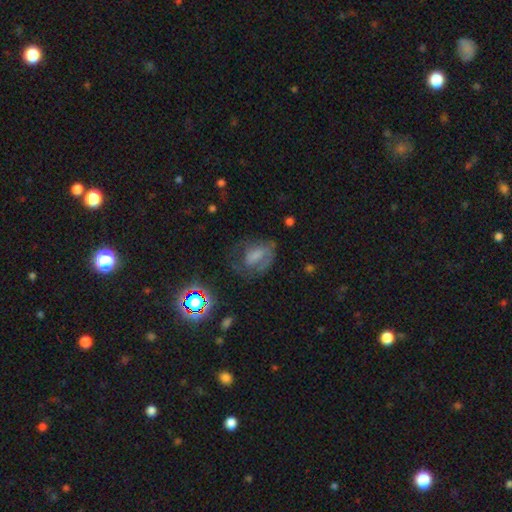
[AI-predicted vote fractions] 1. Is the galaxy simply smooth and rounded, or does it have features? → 48% featured or disk, 38% smooth, 14% star or artifact.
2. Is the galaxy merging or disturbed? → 43% none, 31% major disturbance, 24% minor disturbance, 2% merger.